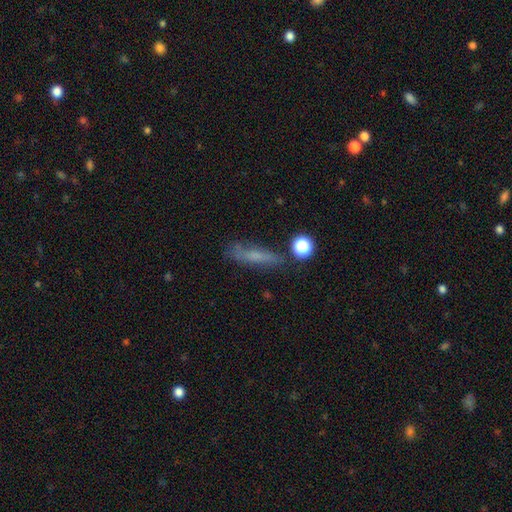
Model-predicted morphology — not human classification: Smooth or featured? smooth (54%)
How rounded? cigar-shaped (68%)
Merging? none (60%)